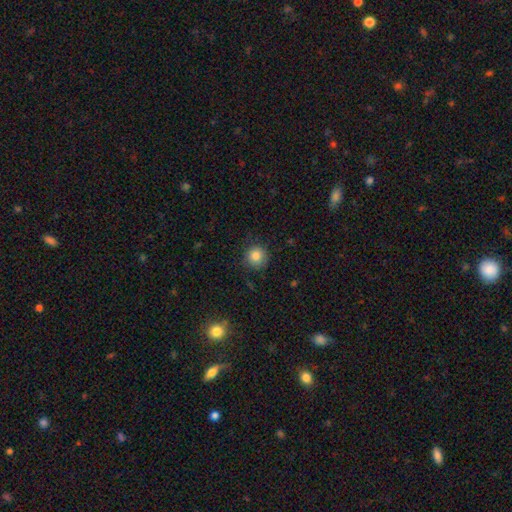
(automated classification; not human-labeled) Morphology: type=smooth (83%); roundness=round (93%); merging=none (83%).